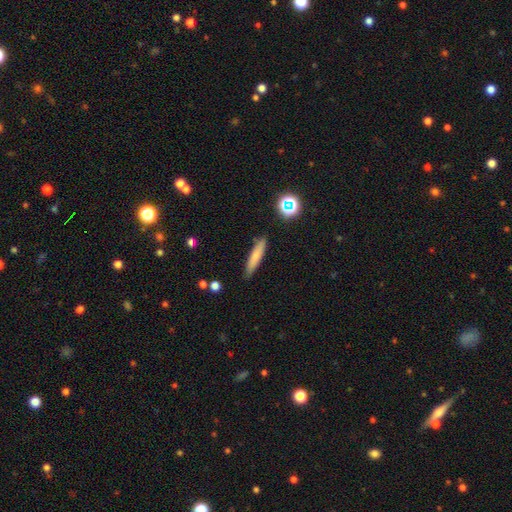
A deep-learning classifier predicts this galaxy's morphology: type=smooth (74%); roundness=cigar-shaped (84%); merging=none (86%).